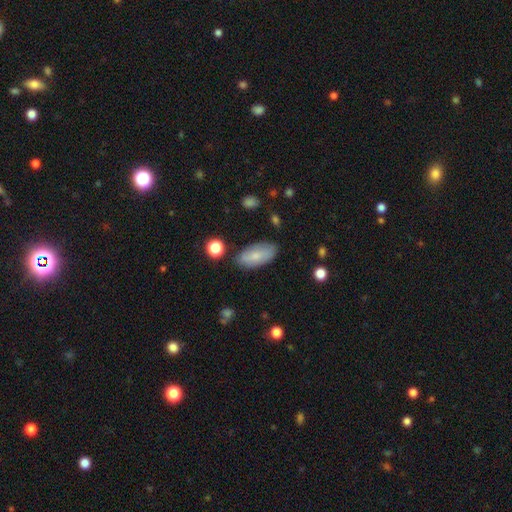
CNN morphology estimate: This appears to be a smooth galaxy with no disk features (75%) that is in between round and cigar-shaped (91%). Merging: none (80%).